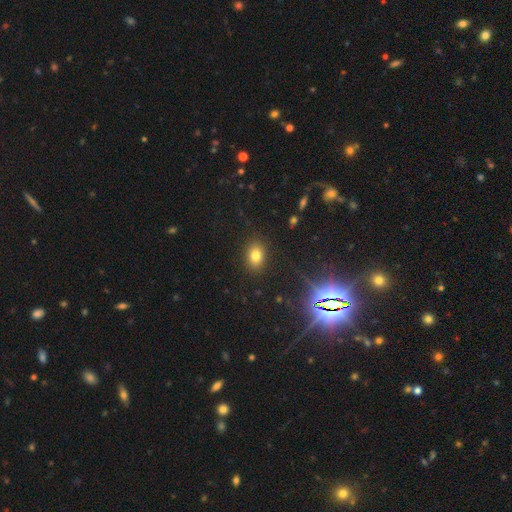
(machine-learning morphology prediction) This is likely a smooth galaxy (78%). How rounded: likely in between (72%). Merging: clearly none (87%).